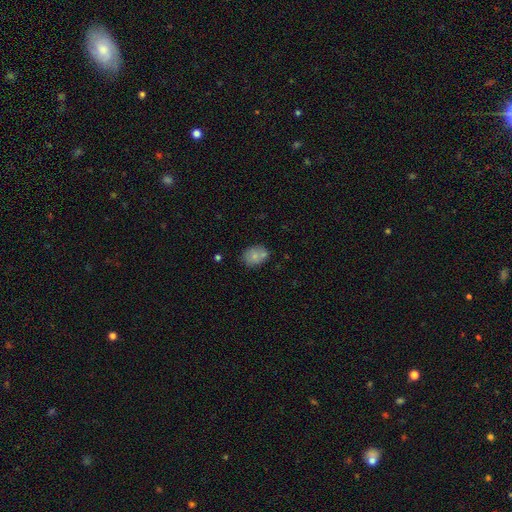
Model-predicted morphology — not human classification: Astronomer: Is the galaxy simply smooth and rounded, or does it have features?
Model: smooth — 75%.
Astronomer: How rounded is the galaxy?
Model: in between — 56% (runner-up: round, 43%).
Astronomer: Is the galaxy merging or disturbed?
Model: none — 61%.